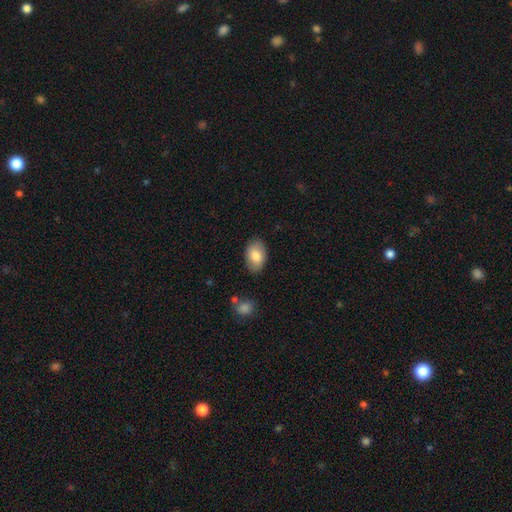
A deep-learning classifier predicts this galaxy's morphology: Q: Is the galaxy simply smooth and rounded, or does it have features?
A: smooth — 81%.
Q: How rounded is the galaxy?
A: in between — 90%.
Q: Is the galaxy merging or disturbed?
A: none — 84%.